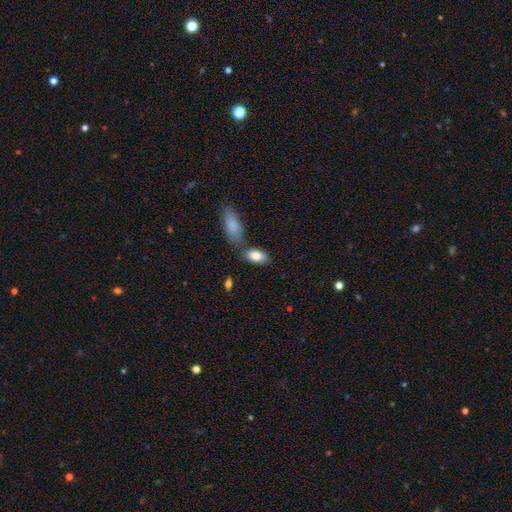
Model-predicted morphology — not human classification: smooth 84%, featured or disk 10%, star or artifact 7%. Down the decision tree: how rounded — in between (90%); merging — none (68%).